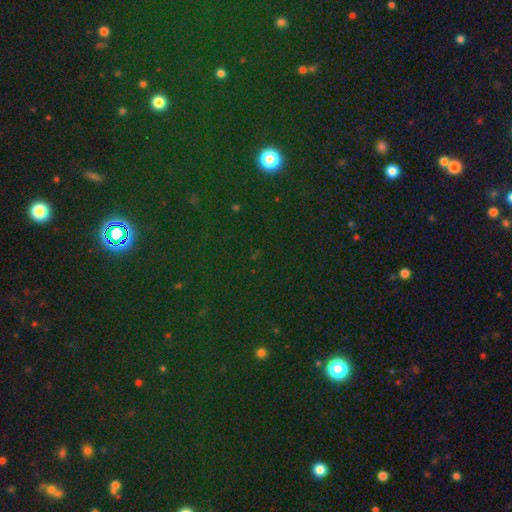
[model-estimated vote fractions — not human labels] This appears to be a star or artifact, not a galaxy (75%).